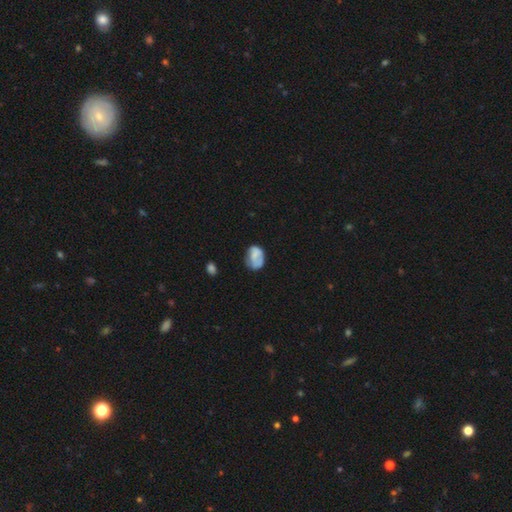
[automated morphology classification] type=smooth (66%); roundness=in between (73%); merging=none (48%).